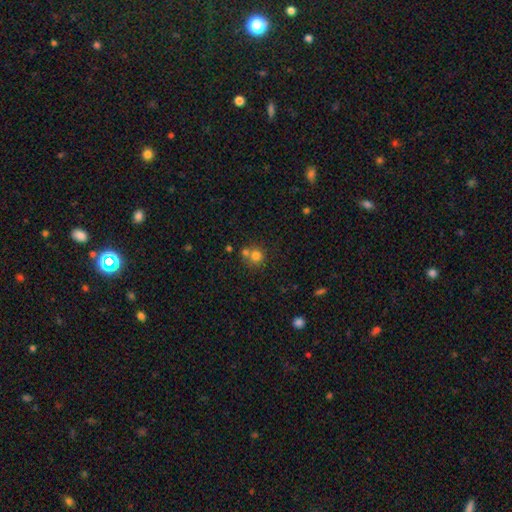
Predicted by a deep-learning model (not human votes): A smooth galaxy with no disk features (76%) that is round (88%). Merging: none (51%).